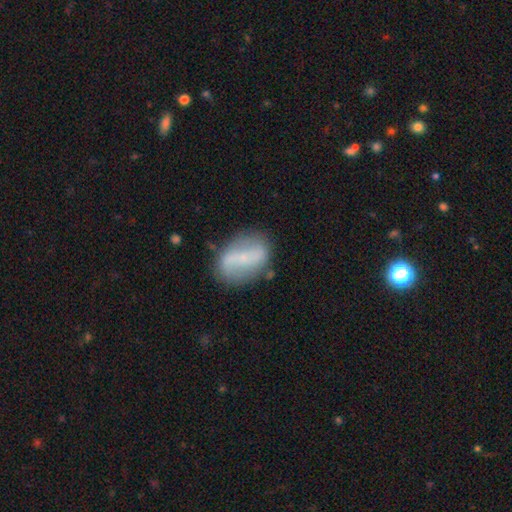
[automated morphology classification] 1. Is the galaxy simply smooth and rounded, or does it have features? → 52% featured or disk, 40% smooth, 8% star or artifact.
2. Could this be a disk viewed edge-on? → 95% no, 5% yes.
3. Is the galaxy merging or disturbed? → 66% none, 20% minor disturbance, 10% major disturbance, 4% merger.